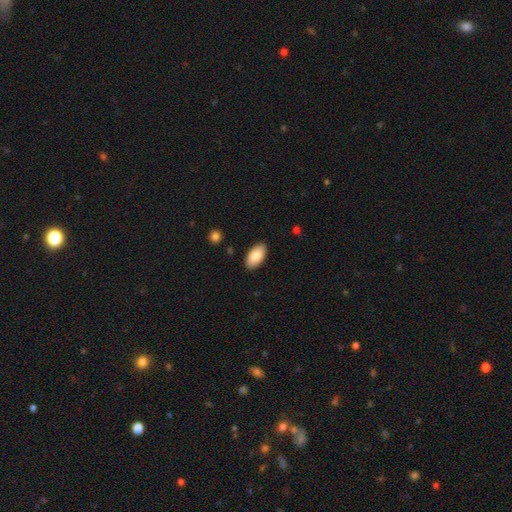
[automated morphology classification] Smooth or featured: smooth — 85% (featured or disk — 8%)
How rounded: in between — 95% (cigar-shaped — 2%)
Merging: none — 89% (minor disturbance — 8%)